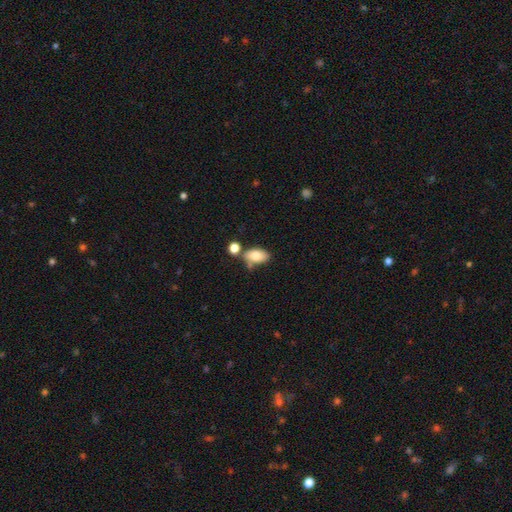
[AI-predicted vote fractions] smooth_or_featured: smooth (p=0.81) [alt: featured or disk p=0.11]
how_rounded: in between (p=0.91) [alt: round p=0.07]
merging: none (p=0.53) [alt: merger p=0.20]